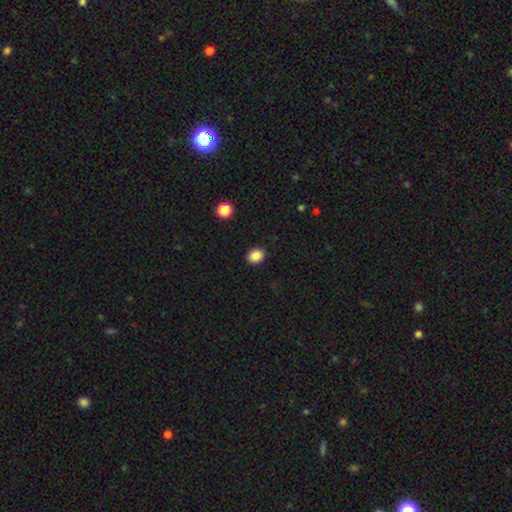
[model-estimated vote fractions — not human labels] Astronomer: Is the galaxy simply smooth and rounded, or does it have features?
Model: smooth — 87%.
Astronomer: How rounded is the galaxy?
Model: round — 58% (runner-up: in between, 41%).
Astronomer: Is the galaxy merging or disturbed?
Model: none — 89%.